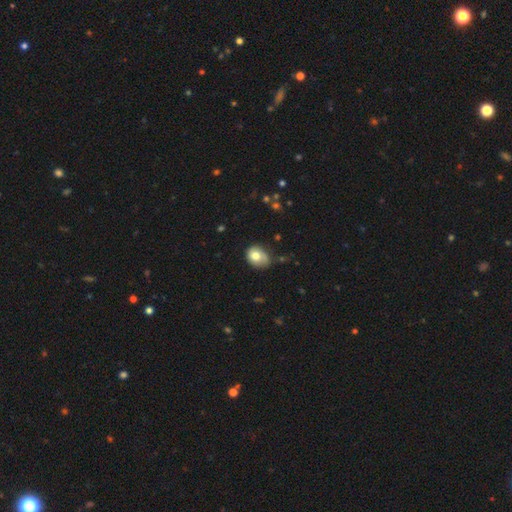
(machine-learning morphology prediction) Smooth or featured?
  - smooth: 76% *
  - featured or disk: 16%
  - star or artifact: 8%
How rounded?
  - round: 50% *
  - in between: 49%
  - cigar-shaped: 1%
Merging?
  - none: 49% *
  - minor disturbance: 37%
  - major disturbance: 10%
  - merger: 4%